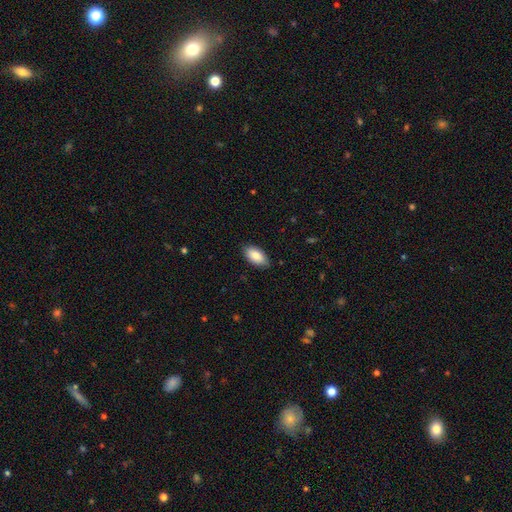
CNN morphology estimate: type=smooth (87%); roundness=in between (94%); merging=none (86%).